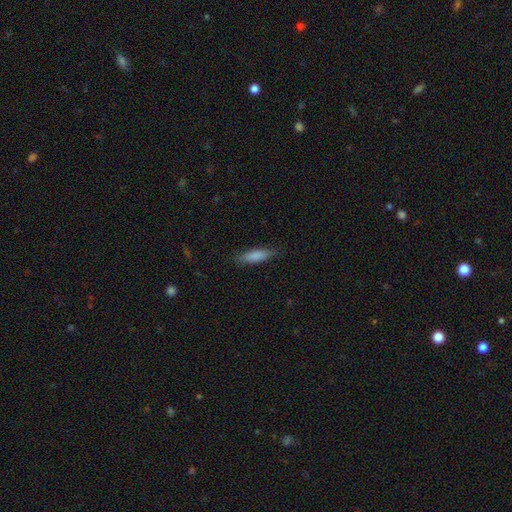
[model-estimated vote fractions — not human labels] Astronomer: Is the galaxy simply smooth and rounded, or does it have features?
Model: smooth — 84%.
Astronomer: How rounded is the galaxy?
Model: cigar-shaped — 56% (runner-up: in between, 42%).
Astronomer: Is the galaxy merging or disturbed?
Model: none — 83%.